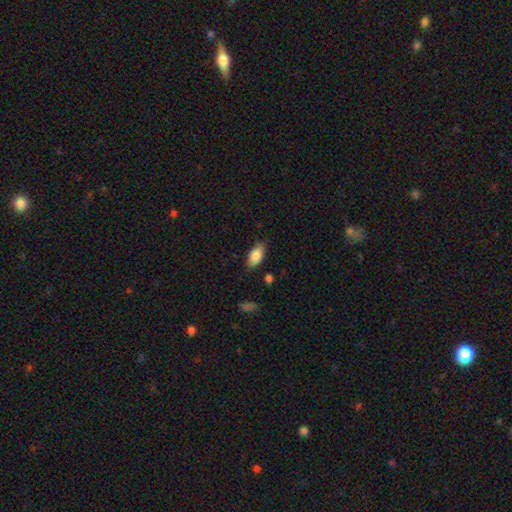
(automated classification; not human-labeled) smooth 85%, featured or disk 8%, star or artifact 7%. Down the decision tree: how rounded — in between (90%); merging — none (83%).